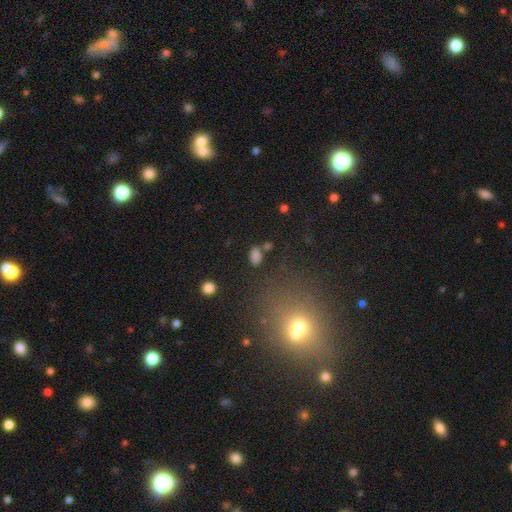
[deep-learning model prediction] smooth-or-featured: smooth: 81% | star or artifact: 13% | featured or disk: 6%
  how-rounded: in between: 91% | round: 6% | cigar-shaped: 3%
  merging: none: 75% | minor disturbance: 13% | merger: 8% | major disturbance: 5%